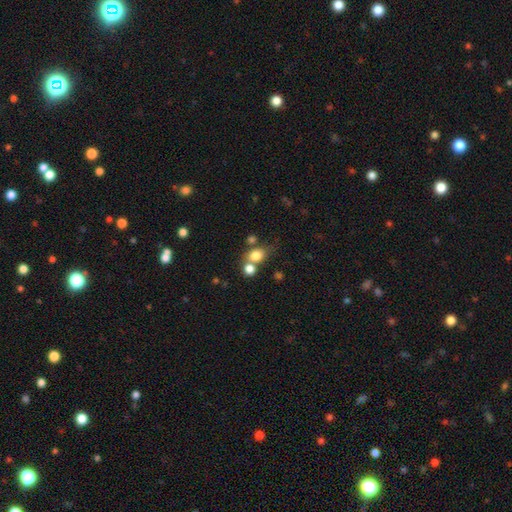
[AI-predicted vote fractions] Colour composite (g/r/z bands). It shows a smooth galaxy with no disk features (79%) that is round (53%). Merging: none (51%).